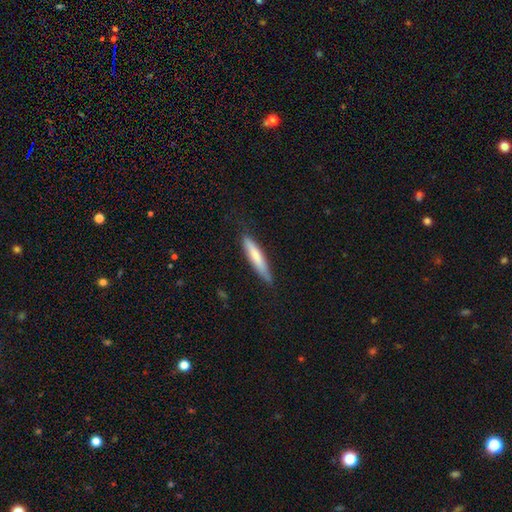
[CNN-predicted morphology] This is likely a smooth galaxy (72%). How rounded: clearly cigar-shaped (88%). Merging: likely none (78%).